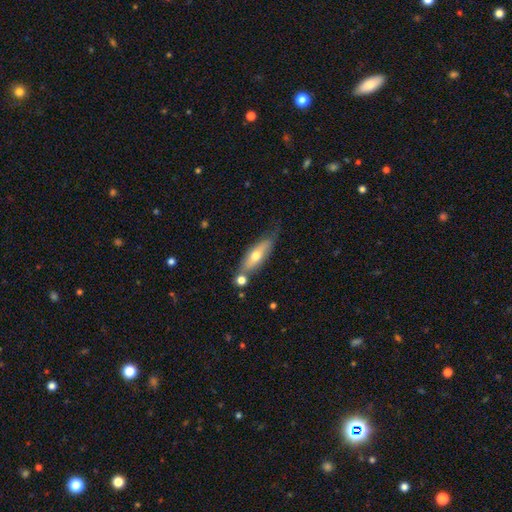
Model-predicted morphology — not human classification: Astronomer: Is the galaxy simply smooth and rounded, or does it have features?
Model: smooth — 53% (runner-up: featured or disk, 41%).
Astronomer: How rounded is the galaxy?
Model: cigar-shaped — 50% (runner-up: in between, 47%).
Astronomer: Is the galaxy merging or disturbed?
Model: none — 62%.